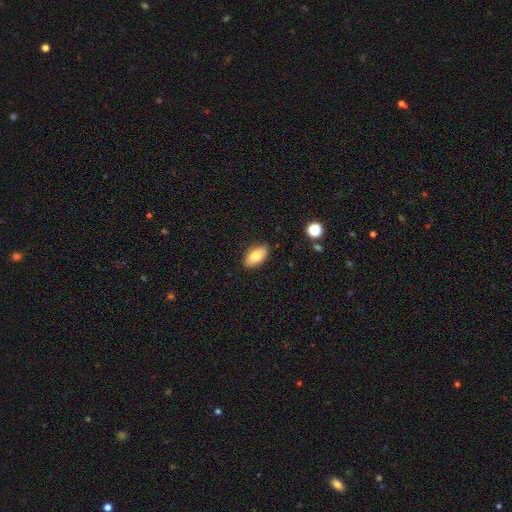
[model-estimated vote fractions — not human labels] smooth-or-featured: smooth: 79% | featured or disk: 14% | star or artifact: 7%
  how-rounded: in between: 91% | cigar-shaped: 5% | round: 3%
  merging: none: 87% | minor disturbance: 9% | major disturbance: 2% | merger: 1%